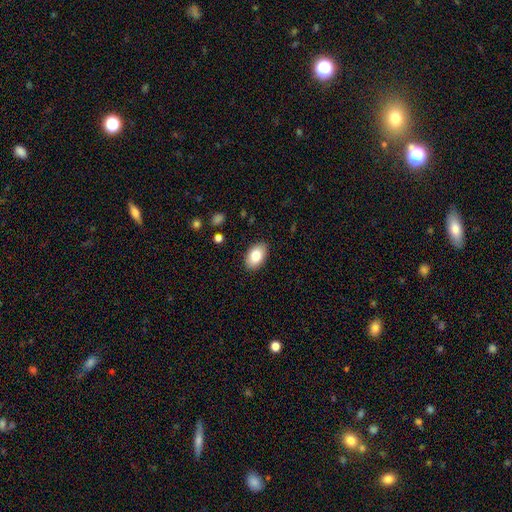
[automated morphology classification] type=smooth (83%); roundness=in between (91%); merging=none (88%).